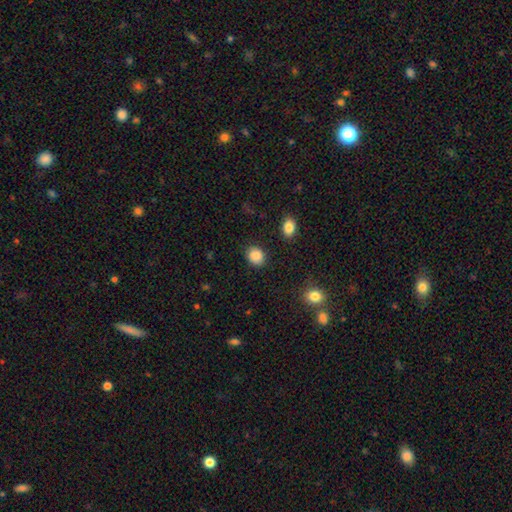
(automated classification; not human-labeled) Q: Smooth or featured?
A: smooth (88%); runner-up: star or artifact (8%)
Q: How rounded?
A: round (58%); runner-up: in between (41%)
Q: Merging?
A: none (86%); runner-up: minor disturbance (9%)